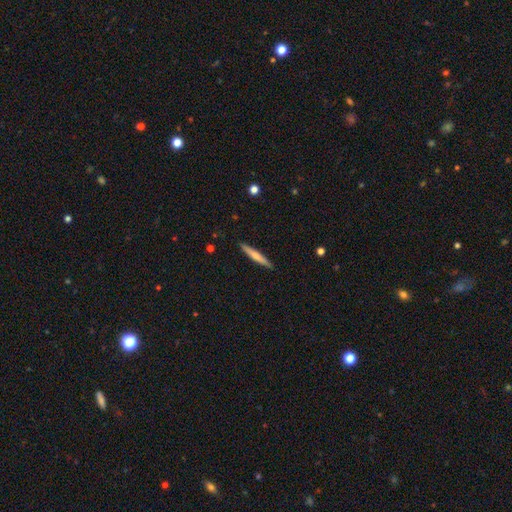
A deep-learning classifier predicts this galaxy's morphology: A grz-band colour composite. It shows a smooth galaxy with no disk features (64%) that is cigar-shaped (95%). Merging: none (91%).